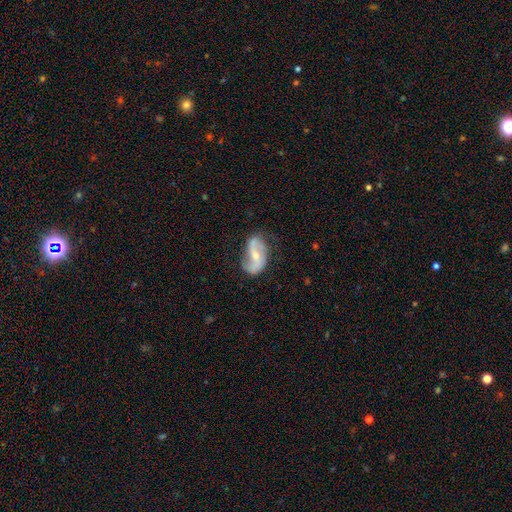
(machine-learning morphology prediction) featured or disk 80%, smooth 14%, star or artifact 6%. Down the decision tree: edge-on disk — no (97%); bar — weak (39%); spiral arms — yes (92%); spiral arm count — 2 (89%); spiral winding — loose (60%); bulge size — small (52%); merging — none (67%).